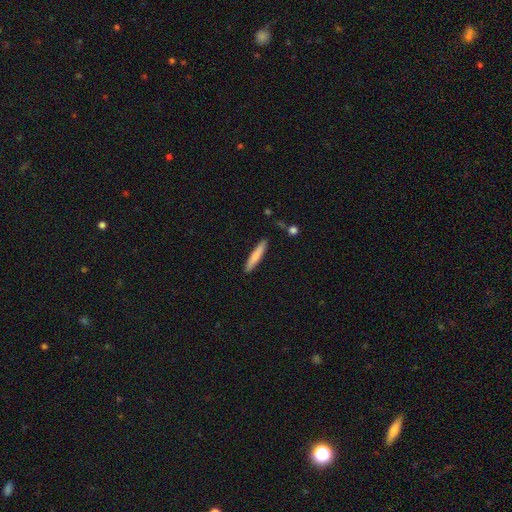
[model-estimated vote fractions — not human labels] The model was most divided on "smooth or featured": smooth: 76%, featured or disk: 19%, star or artifact: 5%. More confident: how rounded — cigar-shaped (92%); merging — none (89%).